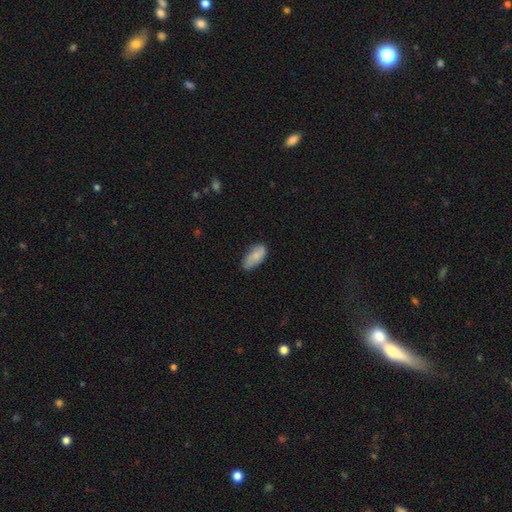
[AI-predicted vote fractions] Smooth or featured? smooth (81%)
How rounded? in between (89%)
Merging? none (68%)